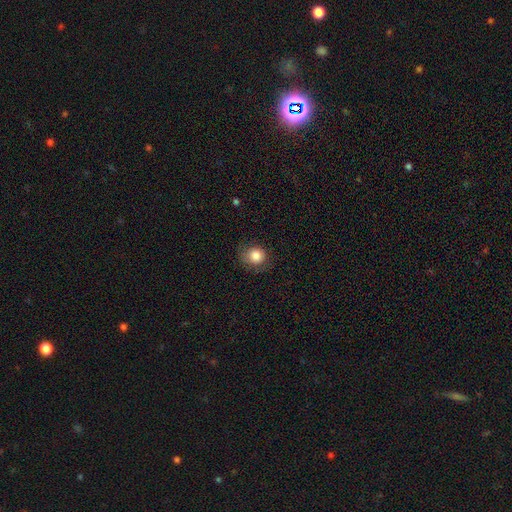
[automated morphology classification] This is clearly a smooth galaxy (83%). How rounded: likely round (78%). Merging: likely none (73%).